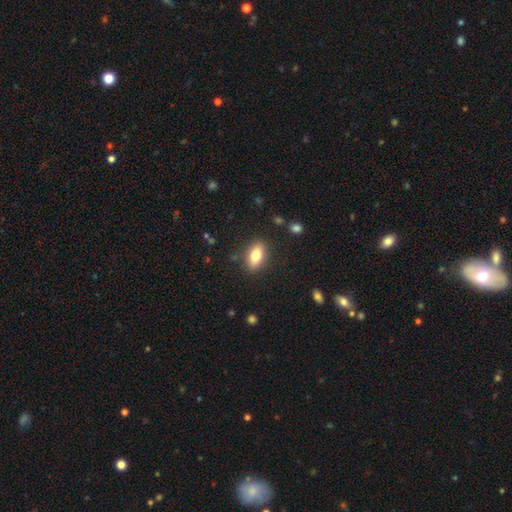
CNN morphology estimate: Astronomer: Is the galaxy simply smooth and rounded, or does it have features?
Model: smooth — 80%.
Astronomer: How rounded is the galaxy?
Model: in between — 87%.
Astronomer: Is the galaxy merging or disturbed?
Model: none — 86%.